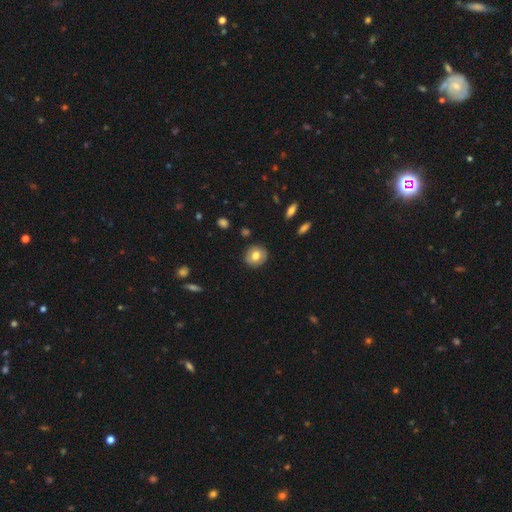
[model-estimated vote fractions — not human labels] Q: Smooth or featured?
A: smooth (69%); runner-up: featured or disk (23%)
Q: How rounded?
A: round (83%); runner-up: in between (16%)
Q: Merging?
A: none (87%); runner-up: minor disturbance (9%)